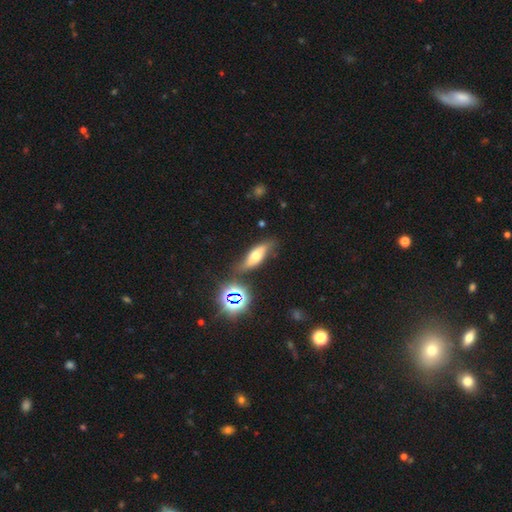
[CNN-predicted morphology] Smooth or featured? Predicted: smooth (p=0.49). Merging? Predicted: none (p=0.70).